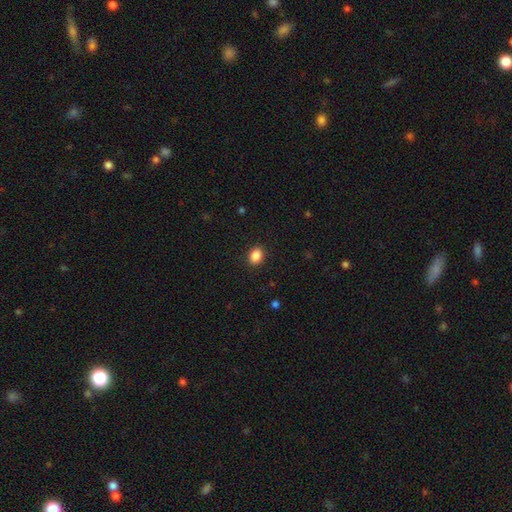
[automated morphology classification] The model was most divided on "how rounded": in between: 61%, round: 38%, cigar-shaped: 1%. More confident: merging — none (89%); smooth or featured — smooth (88%).